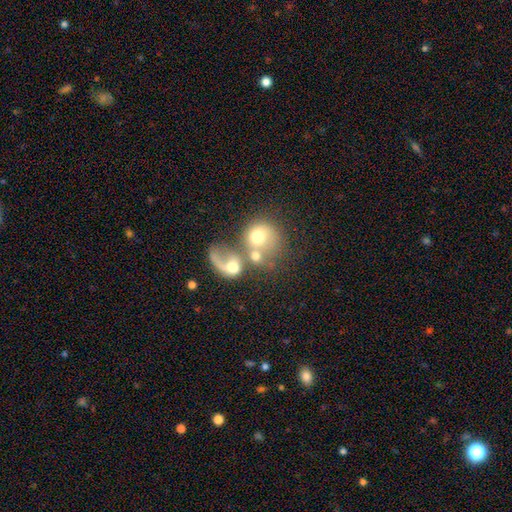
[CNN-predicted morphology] Overall: smooth (55%; featured or disk 35%). How rounded: round (68%; in between 30%). Merging: merger (66%).